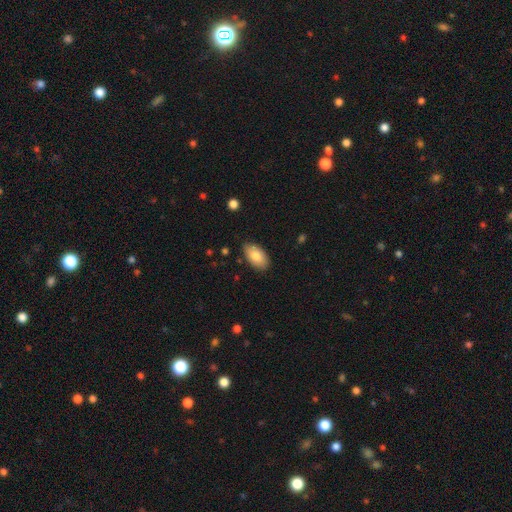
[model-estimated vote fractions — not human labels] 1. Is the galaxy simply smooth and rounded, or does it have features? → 82% smooth, 11% featured or disk, 6% star or artifact.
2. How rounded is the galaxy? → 94% in between, 3% round, 2% cigar-shaped.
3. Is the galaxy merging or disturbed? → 83% none, 14% minor disturbance, 2% major disturbance, 1% merger.